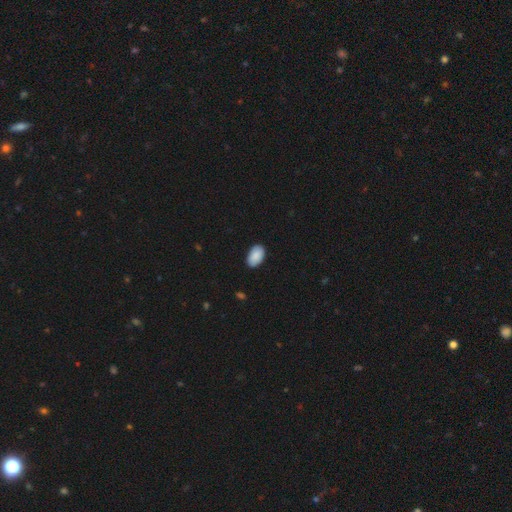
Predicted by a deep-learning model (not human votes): This is clearly a smooth galaxy (90%). How rounded: clearly in between (94%). Merging: clearly none (88%).